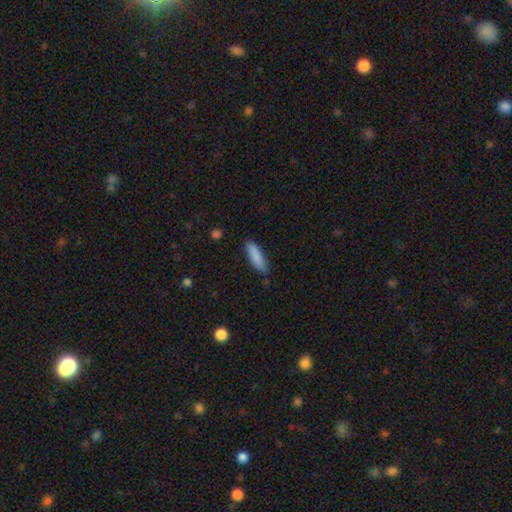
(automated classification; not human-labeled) Smooth or featured? Predicted: smooth (p=0.87). How rounded? Predicted: cigar-shaped (p=0.66). Merging? Predicted: none (p=0.83).